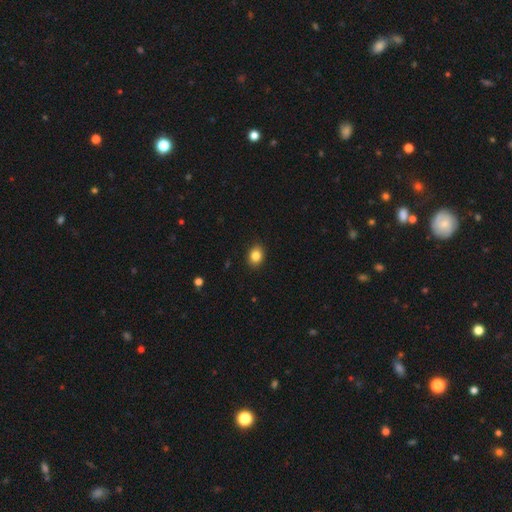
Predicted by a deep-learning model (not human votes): Overall: smooth (84%). How rounded: in between (52%; round 47%). Merging: none (89%).